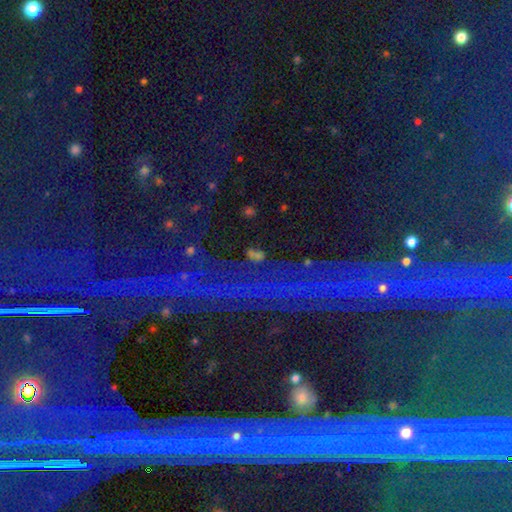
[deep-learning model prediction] Q: Smooth or featured?
A: star or artifact (69%); runner-up: smooth (20%)